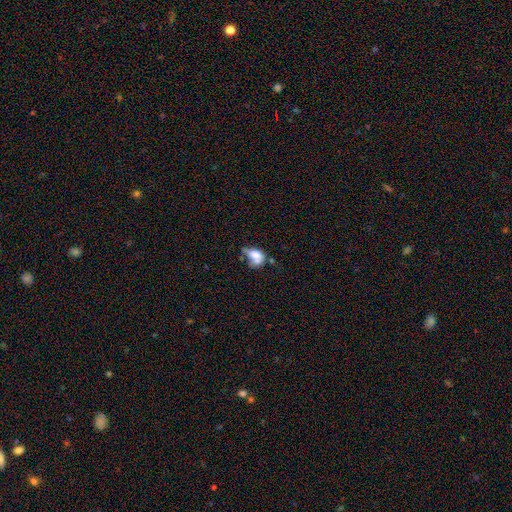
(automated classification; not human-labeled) Smooth or featured? Predicted: smooth (p=0.63). How rounded? Predicted: in between (p=0.76). Merging? Predicted: merger (p=0.31).